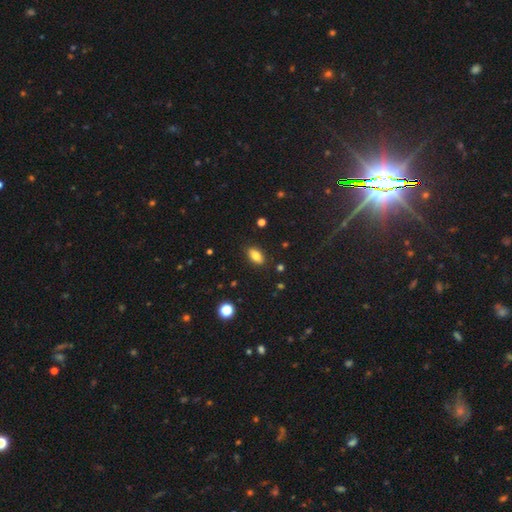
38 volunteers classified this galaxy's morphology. This is clearly a smooth galaxy (84%). How rounded: clearly in between (97%). Merging: clearly none (94%).